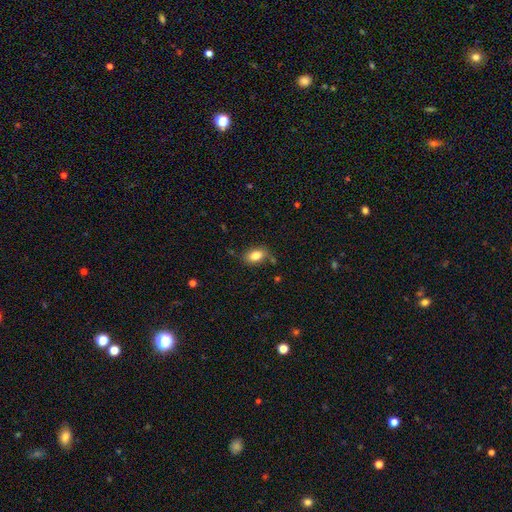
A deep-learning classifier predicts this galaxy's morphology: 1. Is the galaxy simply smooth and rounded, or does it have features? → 82% smooth, 9% featured or disk, 8% star or artifact.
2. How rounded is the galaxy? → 87% in between, 11% round, 2% cigar-shaped.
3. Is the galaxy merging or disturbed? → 76% none, 16% minor disturbance, 4% merger, 4% major disturbance.